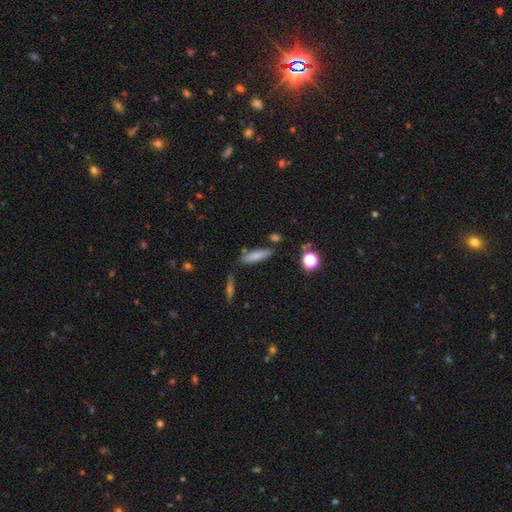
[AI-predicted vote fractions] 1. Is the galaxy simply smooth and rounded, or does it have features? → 76% smooth, 15% featured or disk, 9% star or artifact.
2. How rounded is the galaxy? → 65% cigar-shaped, 32% in between, 3% round.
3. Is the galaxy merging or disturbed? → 74% none, 14% minor disturbance, 8% merger, 3% major disturbance.